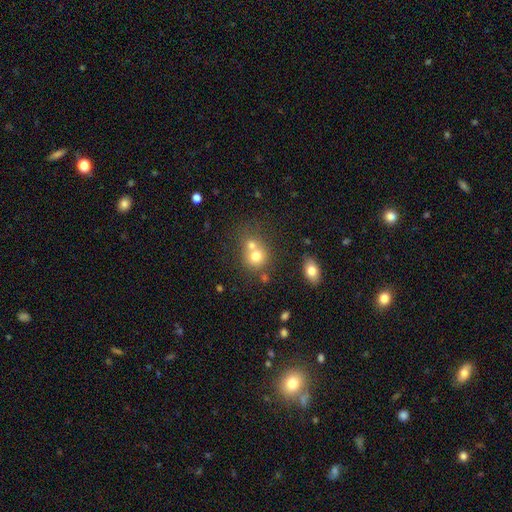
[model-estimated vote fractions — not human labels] The model was most divided on "merging": merger: 53%, none: 36%, minor disturbance: 7%, major disturbance: 4%. More confident: how rounded — round (78%); smooth or featured — smooth (71%).